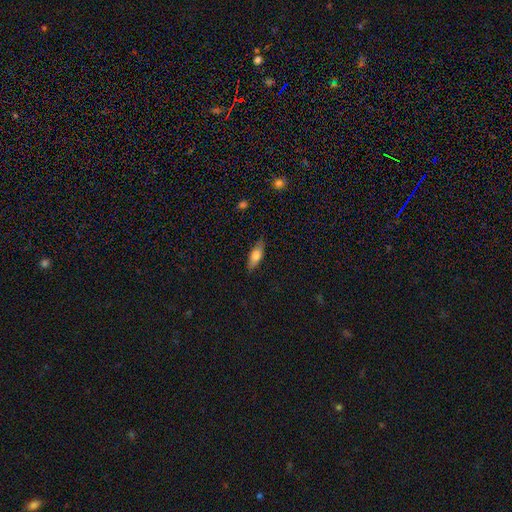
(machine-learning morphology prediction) Smooth or featured?
  - smooth: 68% *
  - featured or disk: 26%
  - star or artifact: 7%
How rounded?
  - in between: 63% *
  - cigar-shaped: 34%
  - round: 3%
Merging?
  - none: 84% *
  - minor disturbance: 13%
  - major disturbance: 3%
  - merger: 1%